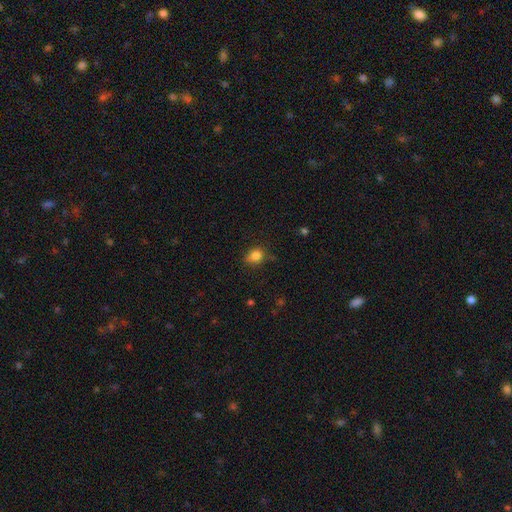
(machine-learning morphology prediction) type=smooth (82%); roundness=round (62%); merging=none (68%).